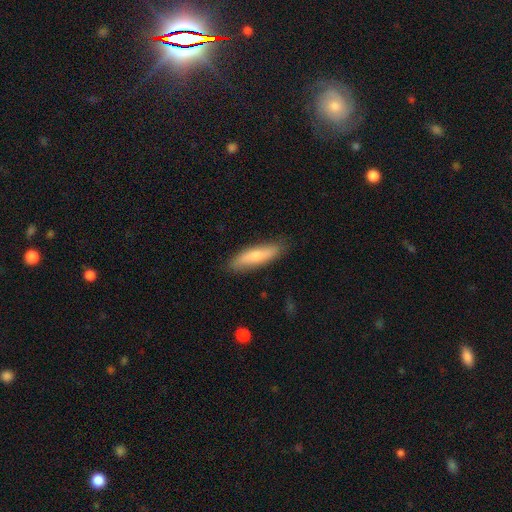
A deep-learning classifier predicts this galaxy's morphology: A smooth galaxy with no disk features (68%) that is cigar-shaped (70%).

Vote fractions:
- Smooth or featured? smooth: 68% / featured or disk: 27% / star or artifact: 6%
- How rounded? cigar-shaped: 70% / in between: 28% / round: 2%
- Merging? none: 85% / minor disturbance: 12% / major disturbance: 2% / merger: 1%